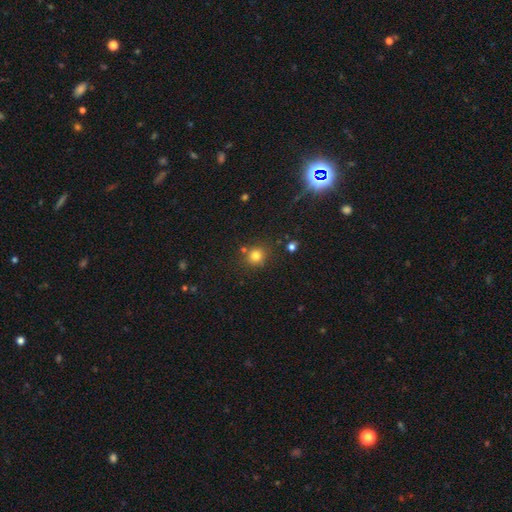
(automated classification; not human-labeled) smooth_or_featured: smooth (p=0.79) [alt: star or artifact p=0.15]
how_rounded: round (p=0.90) [alt: in between p=0.09]
merging: none (p=0.79) [alt: minor disturbance p=0.10]